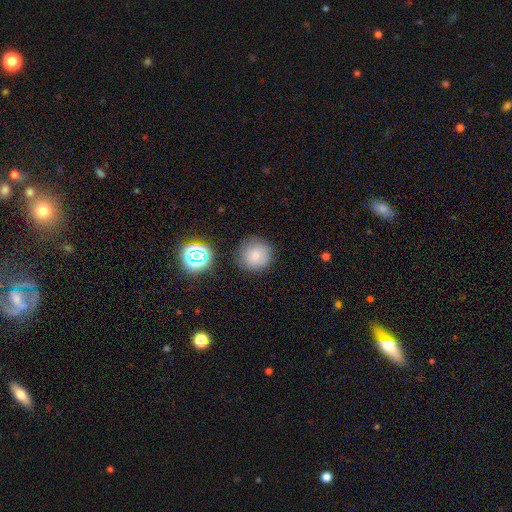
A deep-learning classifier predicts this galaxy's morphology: smooth 77%, star or artifact 14%, featured or disk 8%. Down the decision tree: how rounded — round (94%); merging — none (83%).